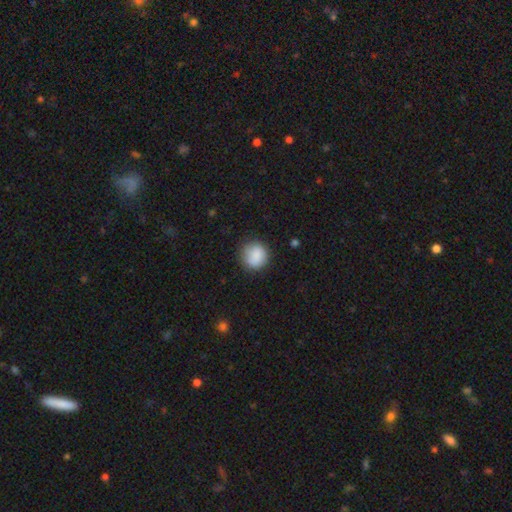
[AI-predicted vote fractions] The model was most divided on "merging": none: 82%, minor disturbance: 13%, major disturbance: 4%, merger: 1%. More confident: how rounded — round (91%); smooth or featured — smooth (86%).